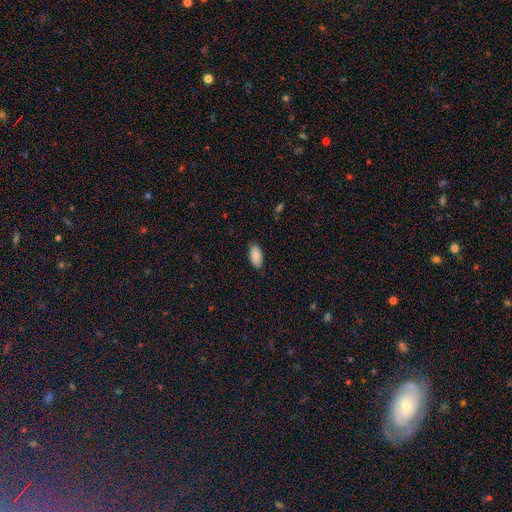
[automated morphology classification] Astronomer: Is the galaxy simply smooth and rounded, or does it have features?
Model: smooth — 89%.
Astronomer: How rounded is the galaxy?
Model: in between — 94%.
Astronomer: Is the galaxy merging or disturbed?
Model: none — 86%.